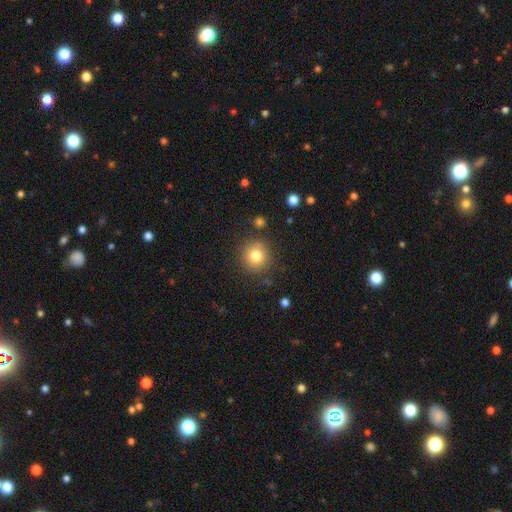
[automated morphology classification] Smooth or featured?
  - smooth: 80% *
  - star or artifact: 11%
  - featured or disk: 9%
How rounded?
  - round: 91% *
  - in between: 8%
  - cigar-shaped: 1%
Merging?
  - none: 85% *
  - minor disturbance: 9%
  - major disturbance: 3%
  - merger: 3%